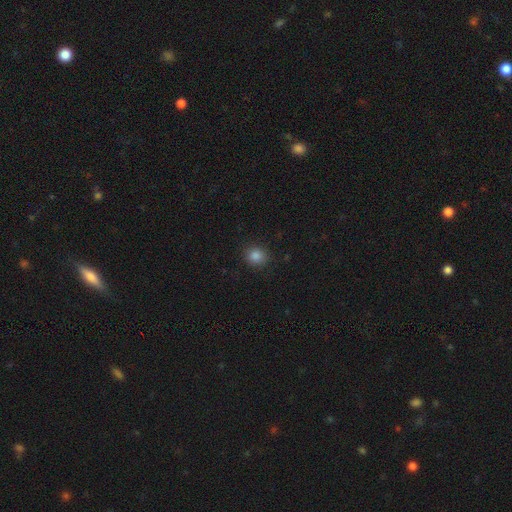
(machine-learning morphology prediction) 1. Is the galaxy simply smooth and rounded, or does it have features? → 84% smooth, 12% star or artifact, 4% featured or disk.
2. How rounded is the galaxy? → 83% round, 17% in between, 1% cigar-shaped.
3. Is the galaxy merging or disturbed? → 89% none, 7% minor disturbance, 2% major disturbance, 1% merger.